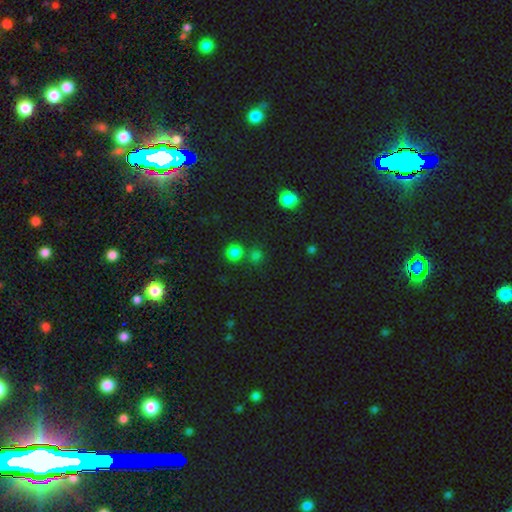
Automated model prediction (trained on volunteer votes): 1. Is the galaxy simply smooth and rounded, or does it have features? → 72% smooth, 23% star or artifact, 4% featured or disk.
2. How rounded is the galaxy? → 86% round, 13% in between, 1% cigar-shaped.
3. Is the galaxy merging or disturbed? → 71% none, 17% merger, 9% minor disturbance, 4% major disturbance.